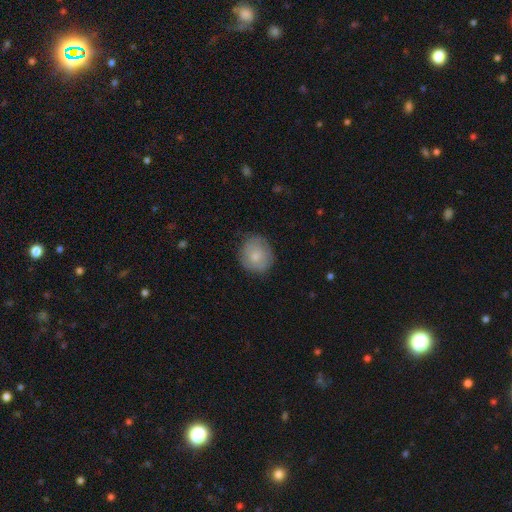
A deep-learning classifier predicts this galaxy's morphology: The model was most divided on "smooth or featured": smooth: 73%, featured or disk: 21%, star or artifact: 7%. More confident: how rounded — round (81%); merging — none (75%).